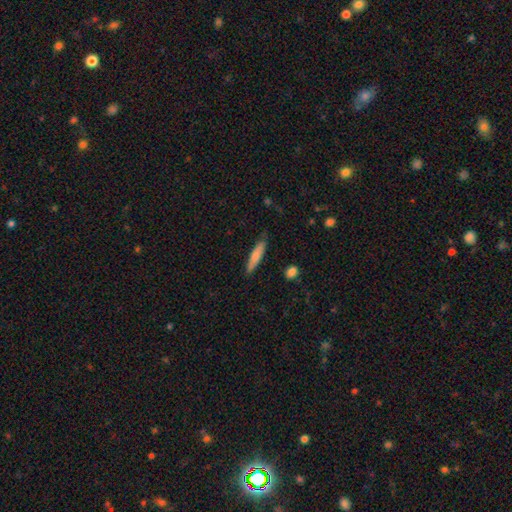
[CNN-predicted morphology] A smooth galaxy with no disk features (74%) that is cigar-shaped (85%).

Vote fractions:
- Smooth or featured? smooth: 74% / featured or disk: 21% / star or artifact: 6%
- How rounded? cigar-shaped: 85% / in between: 14% / round: 1%
- Merging? none: 82% / minor disturbance: 14% / major disturbance: 2% / merger: 2%